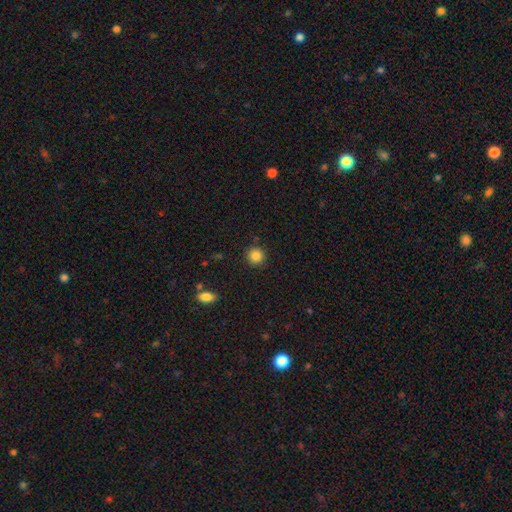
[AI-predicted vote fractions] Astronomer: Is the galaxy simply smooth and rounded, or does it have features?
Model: smooth — 86%.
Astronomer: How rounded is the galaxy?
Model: round — 93%.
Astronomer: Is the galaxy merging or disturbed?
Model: none — 89%.